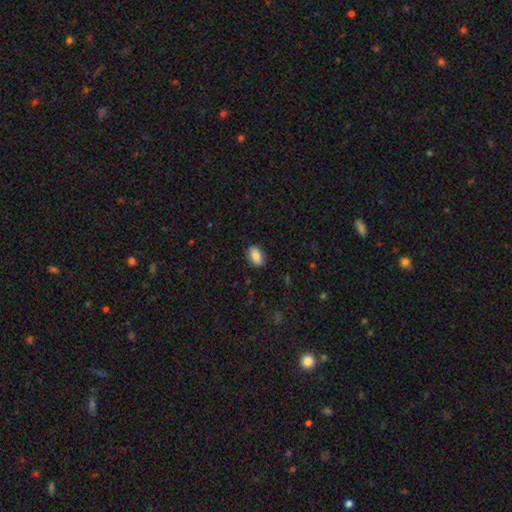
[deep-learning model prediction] Smooth or featured: smooth — 87% (star or artifact — 7%)
How rounded: in between — 89% (round — 9%)
Merging: none — 87% (minor disturbance — 10%)